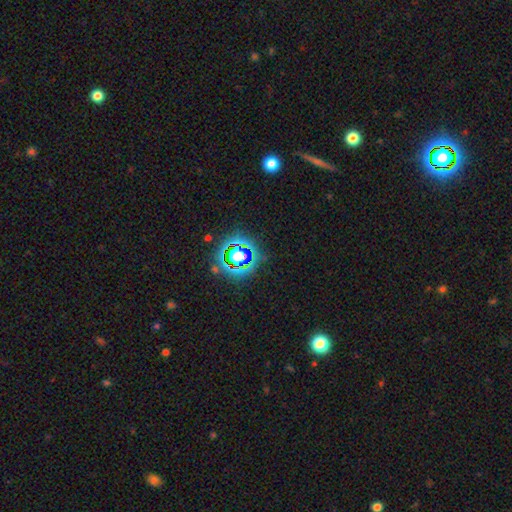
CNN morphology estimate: smooth_or_featured: star or artifact (p=0.76) [alt: smooth p=0.15]